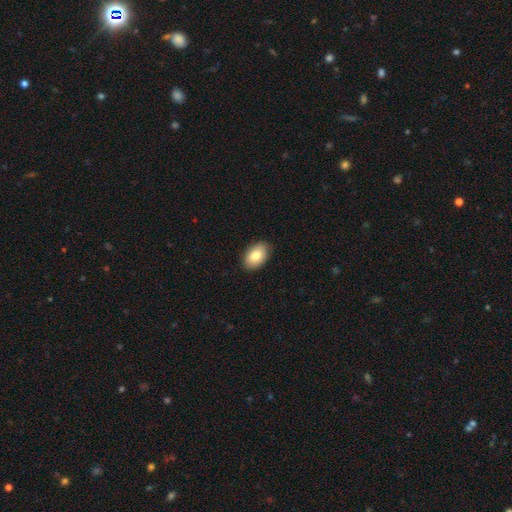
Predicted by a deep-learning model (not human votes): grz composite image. It shows a smooth galaxy with no disk features (83%) that is in between round and cigar-shaped (91%). Merging: none (88%).